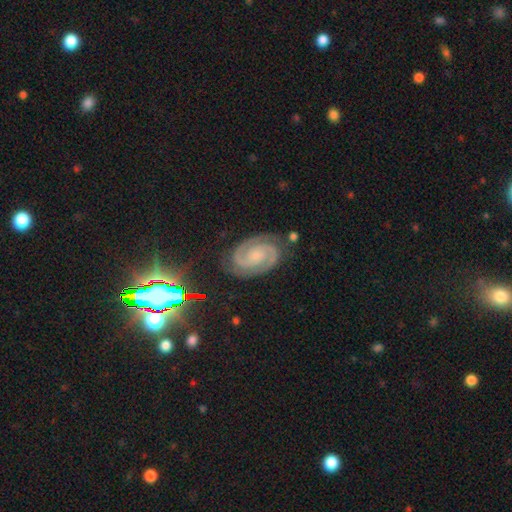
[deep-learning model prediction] Overall: featured or disk (89%). Edge-on disk: no (98%). Bar: no (57%; weak 33%). Spiral arms: yes (98%). Spiral arm count: 2 (93%). Spiral winding: tight (58%; medium 37%). Bulge size: small (51%; moderate 28%). Merging: none (83%).